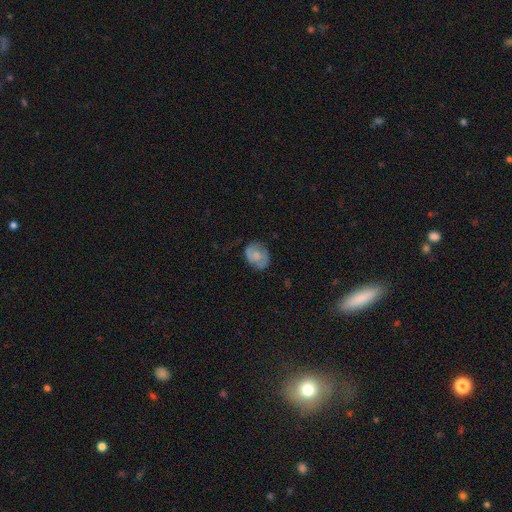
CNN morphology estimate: The model was most divided on "how rounded": in between: 51%, round: 48%, cigar-shaped: 1%. More confident: merging — none (65%); smooth or featured — smooth (52%).